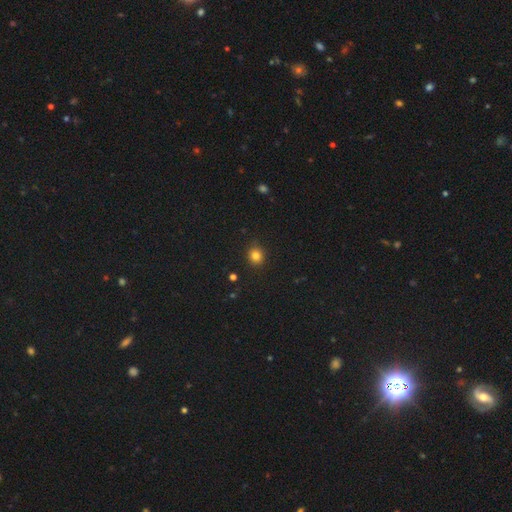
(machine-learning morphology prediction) A smooth galaxy with no disk features (82%) that is round (85%). Merging: none (88%).